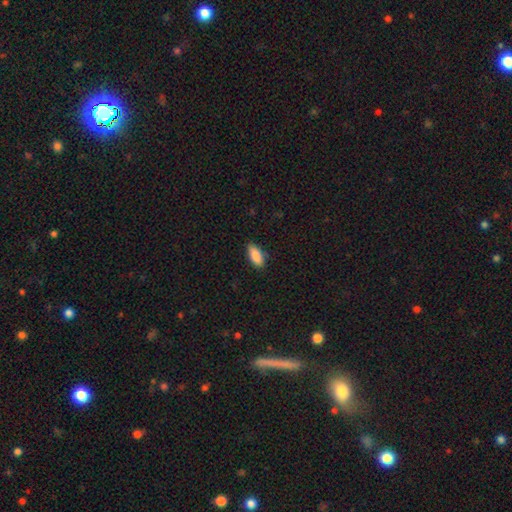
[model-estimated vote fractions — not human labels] Smooth or featured?
  - smooth: 89% *
  - star or artifact: 6%
  - featured or disk: 5%
How rounded?
  - in between: 86% *
  - cigar-shaped: 12%
  - round: 2%
Merging?
  - none: 84% *
  - minor disturbance: 13%
  - major disturbance: 2%
  - merger: 1%